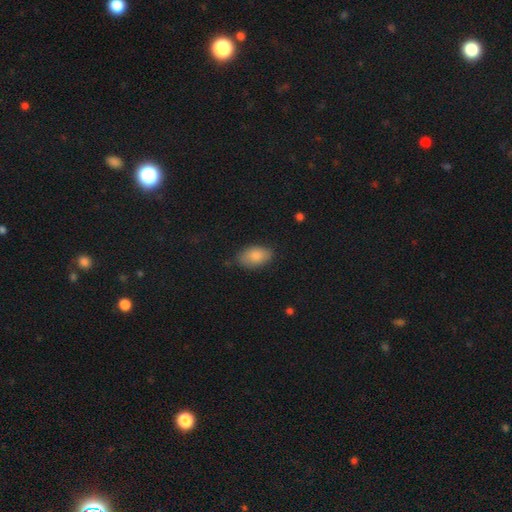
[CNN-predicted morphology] smooth_or_featured: smooth (p=0.84) [alt: featured or disk p=0.09]
how_rounded: in between (p=0.92) [alt: round p=0.07]
merging: none (p=0.77) [alt: minor disturbance p=0.18]